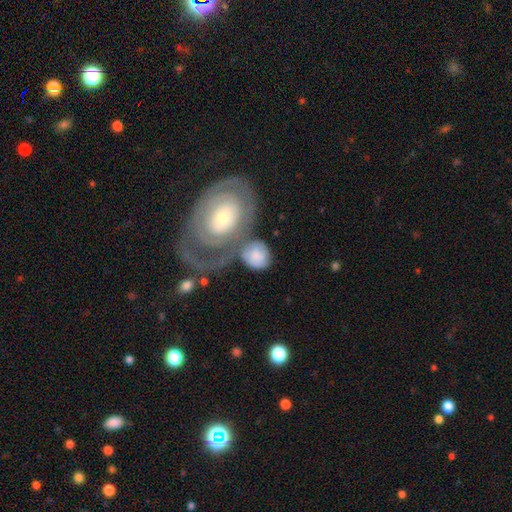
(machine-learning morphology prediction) Smooth or featured? smooth (63%)
How rounded? round (70%)
Merging? none (38%)